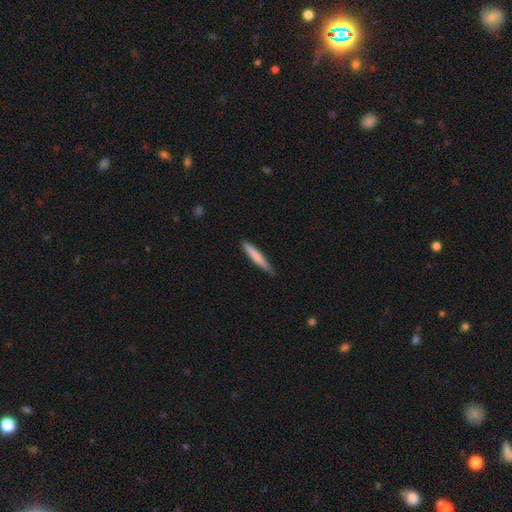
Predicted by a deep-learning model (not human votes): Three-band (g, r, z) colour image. It shows a smooth galaxy with no disk features (74%) that is cigar-shaped (95%). Merging: none (82%).